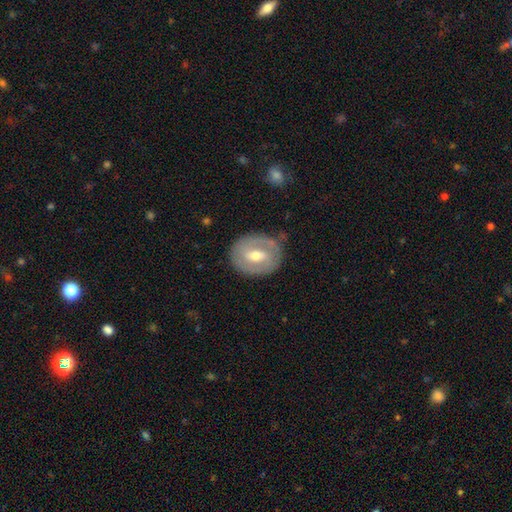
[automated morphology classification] The model was most divided on "bar": weak: 48%, strong: 30%, no: 23%. More confident: edge-on disk — no (96%); merging — none (79%); smooth or featured — featured or disk (70%); spiral arms — yes (69%); bulge size — moderate (64%).